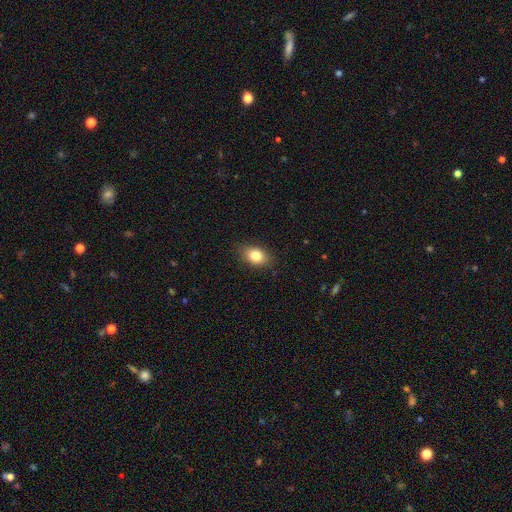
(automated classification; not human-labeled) Smooth or featured?
  - smooth: 82% *
  - star or artifact: 9%
  - featured or disk: 9%
How rounded?
  - in between: 77% *
  - round: 21%
  - cigar-shaped: 2%
Merging?
  - none: 85% *
  - minor disturbance: 11%
  - major disturbance: 3%
  - merger: 1%